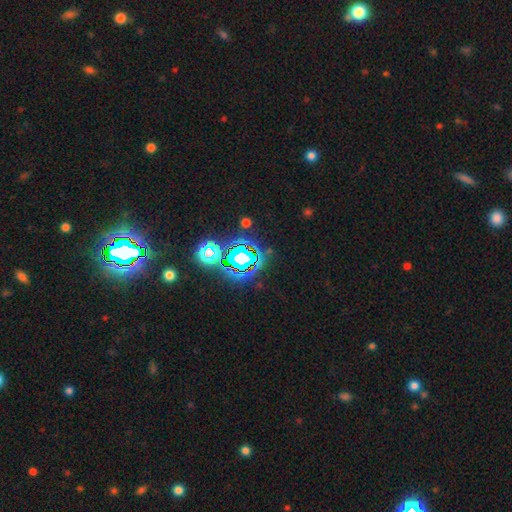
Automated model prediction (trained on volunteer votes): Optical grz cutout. It shows a star or artifact, not a galaxy (82%).